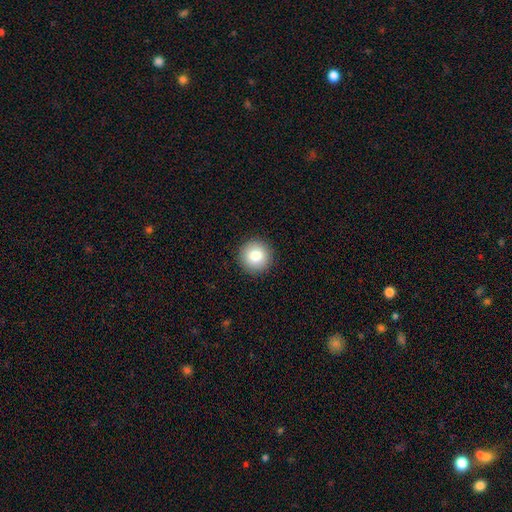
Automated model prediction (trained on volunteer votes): Smooth or featured? Predicted: smooth (p=0.81). How rounded? Predicted: round (p=0.96). Merging? Predicted: none (p=0.93).